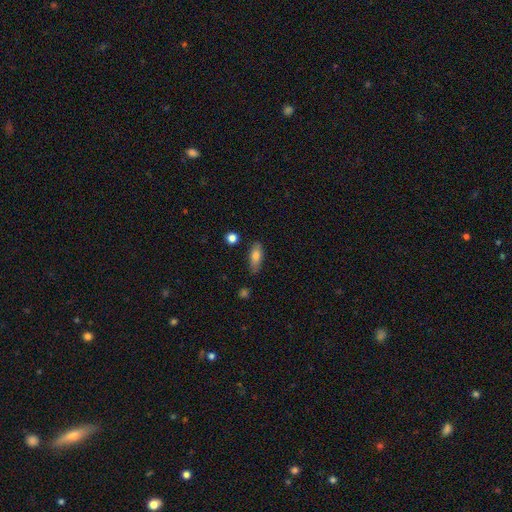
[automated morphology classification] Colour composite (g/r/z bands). It shows a smooth galaxy with no disk features (78%) that is in between round and cigar-shaped (71%). Merging: none (76%).